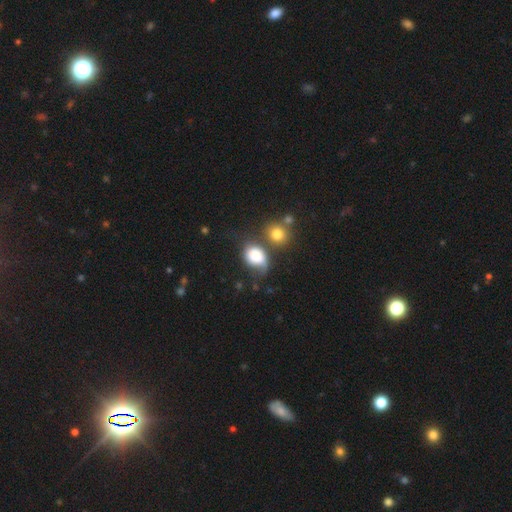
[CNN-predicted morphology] Smooth or featured? Predicted: smooth (p=0.75). How rounded? Predicted: in between (p=0.61). Merging? Predicted: none (p=0.32).